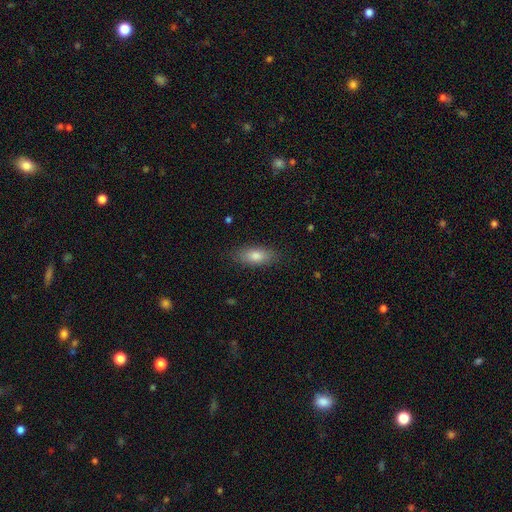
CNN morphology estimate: A smooth galaxy with no disk features (81%) that is in between round and cigar-shaped (80%). Merging: none (85%).